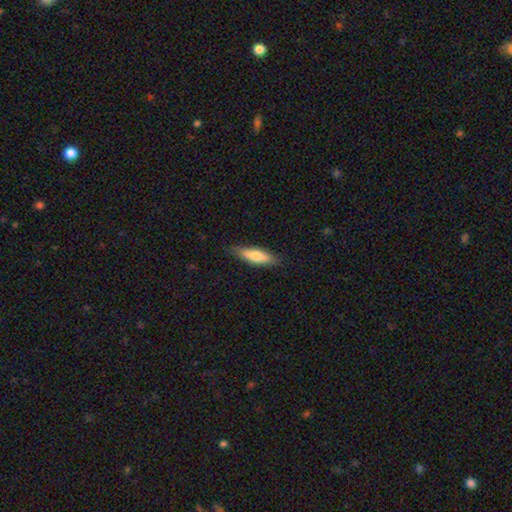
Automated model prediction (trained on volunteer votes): A smooth galaxy with no disk features (70%) that is cigar-shaped (58%).

Vote fractions:
- Smooth or featured? smooth: 70% / featured or disk: 24% / star or artifact: 6%
- How rounded? cigar-shaped: 58% / in between: 40% / round: 2%
- Merging? none: 83% / minor disturbance: 14% / major disturbance: 2% / merger: 1%